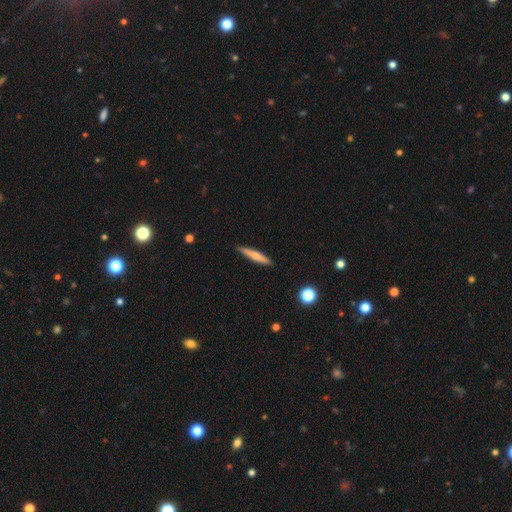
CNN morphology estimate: Q: Smooth or featured?
A: smooth (63%); runner-up: featured or disk (31%)
Q: How rounded?
A: cigar-shaped (93%); runner-up: in between (6%)
Q: Merging?
A: none (88%); runner-up: minor disturbance (9%)